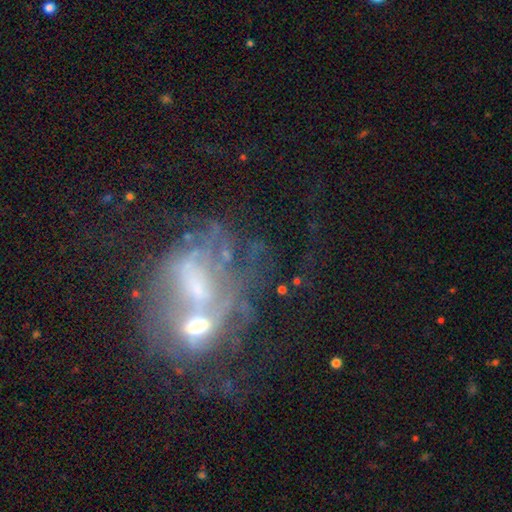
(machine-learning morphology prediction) Overall: featured or disk (62%). Edge-on disk: no (96%). Bar: no (66%). Spiral arms: no (63%; yes 37%). Bulge size: moderate (32%, tied with small). Merging: merger (48%; major disturbance 23%).